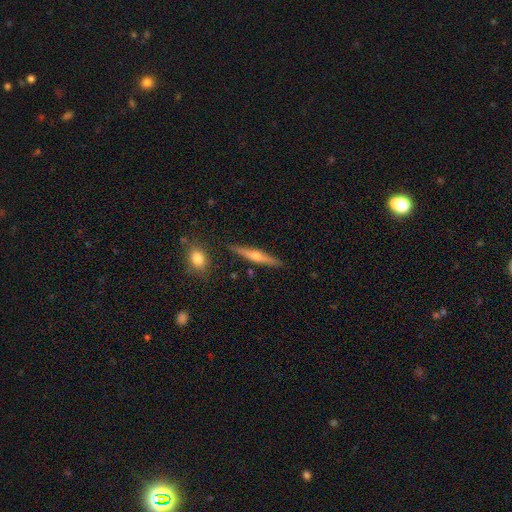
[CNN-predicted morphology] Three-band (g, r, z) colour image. It shows a featured or disk galaxy (68%) viewed edge-on (97%) with a rounded central bulge (90%). Merging: none (89%).